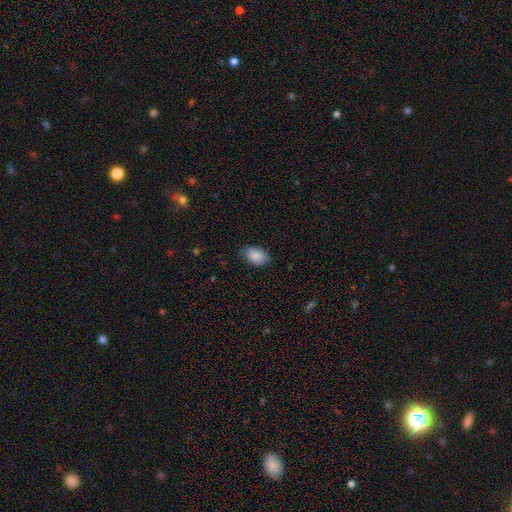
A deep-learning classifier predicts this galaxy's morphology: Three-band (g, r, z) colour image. It shows a smooth galaxy with no disk features (89%) that is in between round and cigar-shaped (91%). Merging: none (81%).